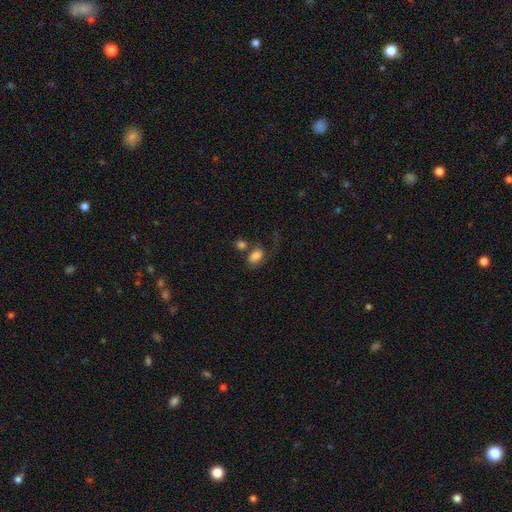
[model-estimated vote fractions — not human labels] smooth-or-featured: smooth: 77% | featured or disk: 13% | star or artifact: 10%
  how-rounded: in between: 83% | round: 15% | cigar-shaped: 2%
  merging: none: 33% | merger: 30% | major disturbance: 21% | minor disturbance: 16%